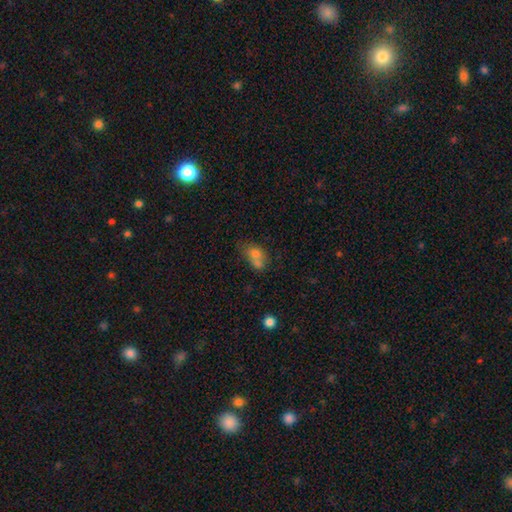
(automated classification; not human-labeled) Smooth or featured? smooth (70%)
How rounded? in between (68%)
Merging? merger (55%)